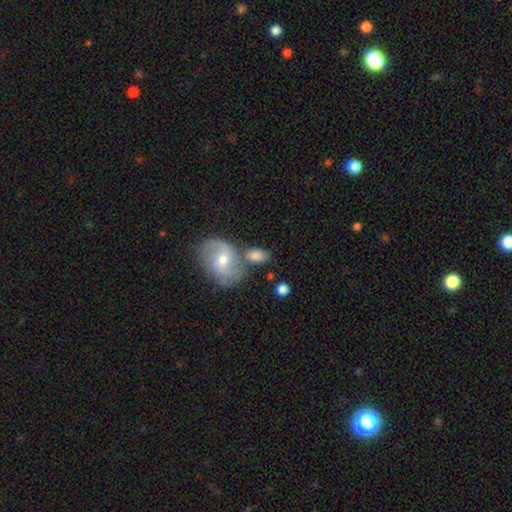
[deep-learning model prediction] This appears to be a smooth galaxy with no disk features (70%) that is in between round and cigar-shaped (87%). Merging: none (51%).